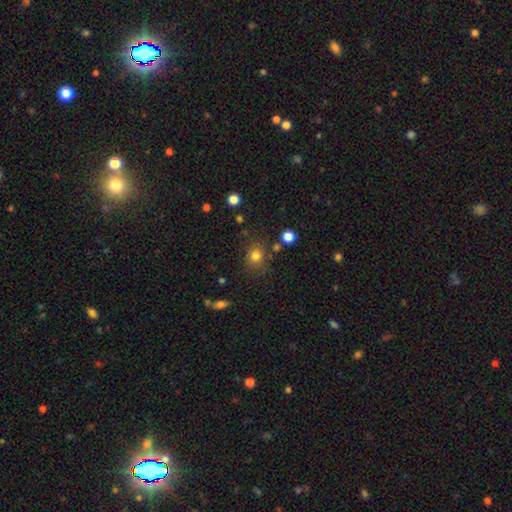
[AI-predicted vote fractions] This appears to be a smooth galaxy with no disk features (79%) that is round (71%). Merging: none (78%).